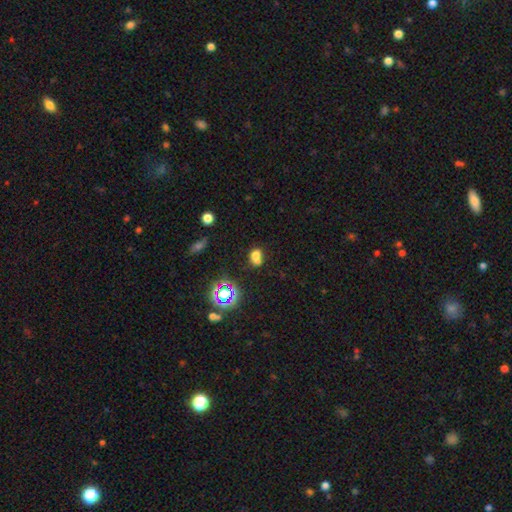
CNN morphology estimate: This is likely a smooth galaxy (65%). How rounded: possibly round (55%). Merging: possibly merger (52%).